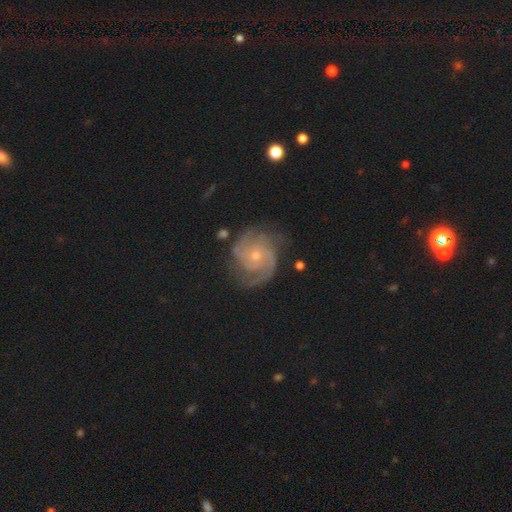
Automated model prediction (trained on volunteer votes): The model was most divided on "spiral arm count": 2: 36%, 3: 34%, can't tell: 11%, 4: 8%, 1: 5%, more than 4: 5%. More confident: spiral arms — yes (98%); edge-on disk — no (98%); smooth or featured — featured or disk (90%); merging — none (75%); bar — no (73%); bulge size — small (62%); spiral winding — tight (58%).